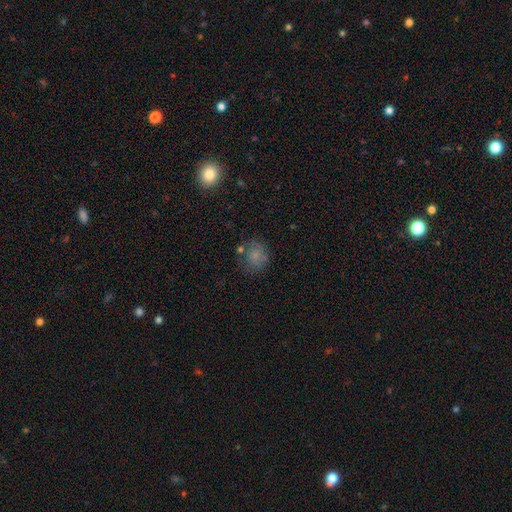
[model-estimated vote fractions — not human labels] Smooth or featured? Predicted: smooth (p=0.72). How rounded? Predicted: round (p=0.70). Merging? Predicted: none (p=0.62).